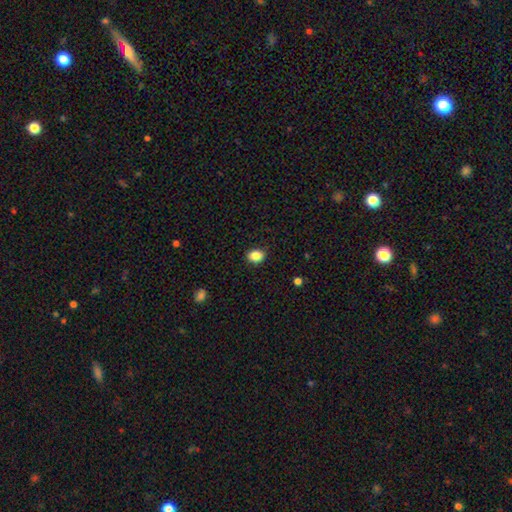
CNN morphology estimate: type=smooth (86%); roundness=in between (54%); merging=none (88%).